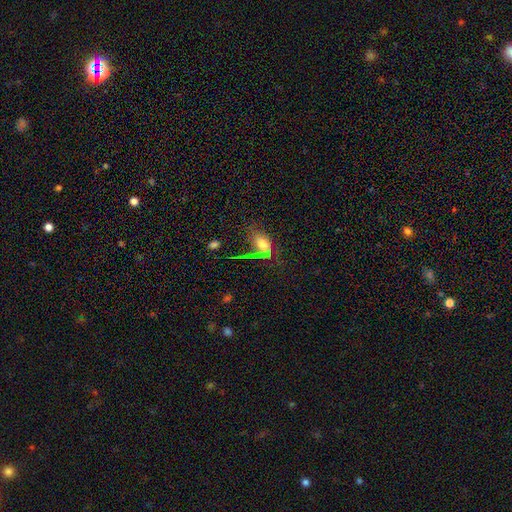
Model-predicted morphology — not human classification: smooth_or_featured: smooth (p=0.51) [alt: featured or disk p=0.32]
how_rounded: in between (p=0.71) [alt: round p=0.22]
merging: none (p=0.37) [alt: major disturbance p=0.29]